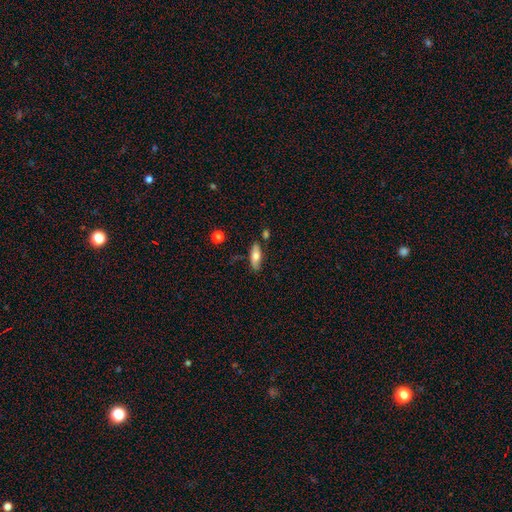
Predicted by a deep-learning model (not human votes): This appears to be a smooth galaxy with no disk features (69%) that is in between round and cigar-shaped (66%). Merging: none (76%).